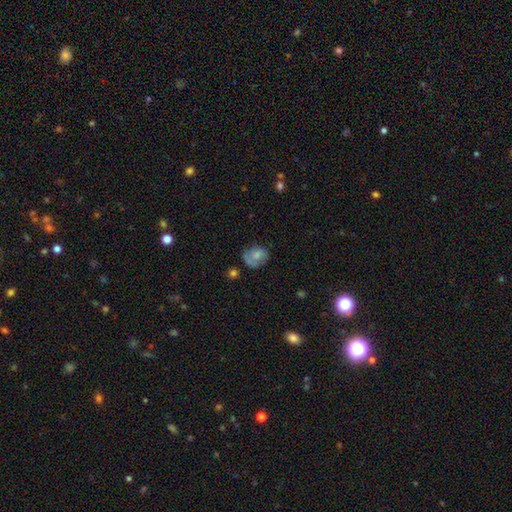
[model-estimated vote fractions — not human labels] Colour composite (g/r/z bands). It shows a smooth galaxy with no disk features (60%) that is round (58%). Merging: none (46%).